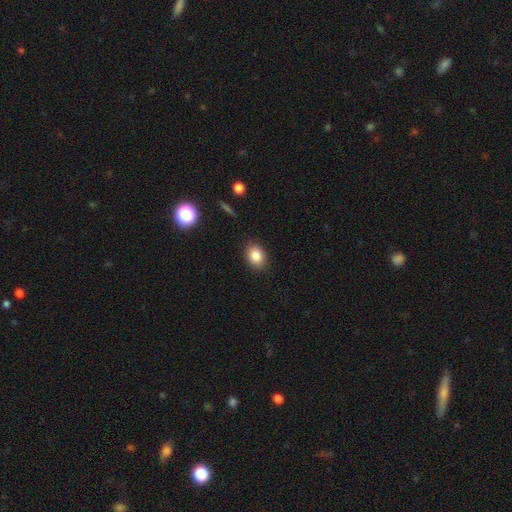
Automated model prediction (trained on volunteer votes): Smooth or featured: smooth — 84% (star or artifact — 10%)
How rounded: in between — 61% (round — 38%)
Merging: none — 87% (minor disturbance — 9%)